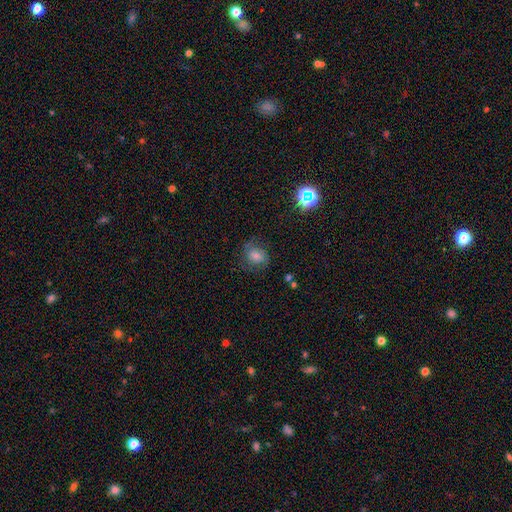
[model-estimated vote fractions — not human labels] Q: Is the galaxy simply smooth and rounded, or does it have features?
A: smooth — 46%.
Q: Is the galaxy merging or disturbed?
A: none — 68%.